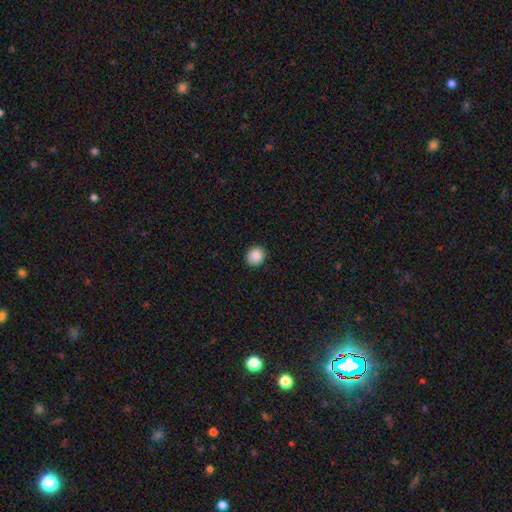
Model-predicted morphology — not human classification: type=smooth (88%); roundness=round (78%); merging=none (89%).